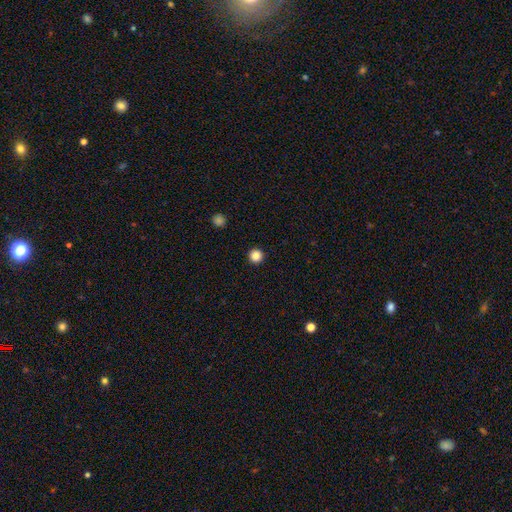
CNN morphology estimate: Q: Smooth or featured?
A: smooth (85%); runner-up: star or artifact (12%)
Q: How rounded?
A: round (97%); runner-up: in between (2%)
Q: Merging?
A: none (94%); runner-up: minor disturbance (4%)